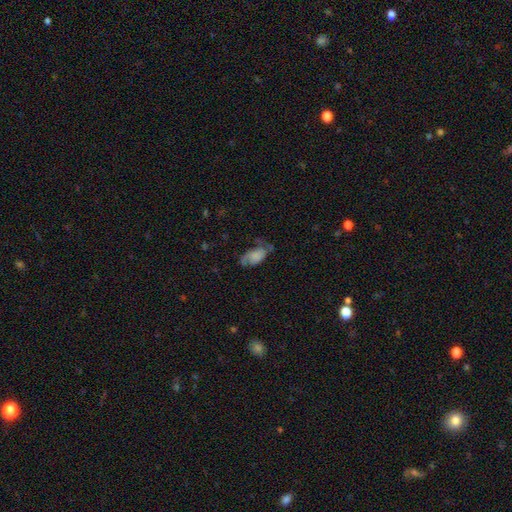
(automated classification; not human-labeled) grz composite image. It shows a smooth galaxy with no disk features (59%) that is in between round and cigar-shaped (92%). Merging: none (37%).